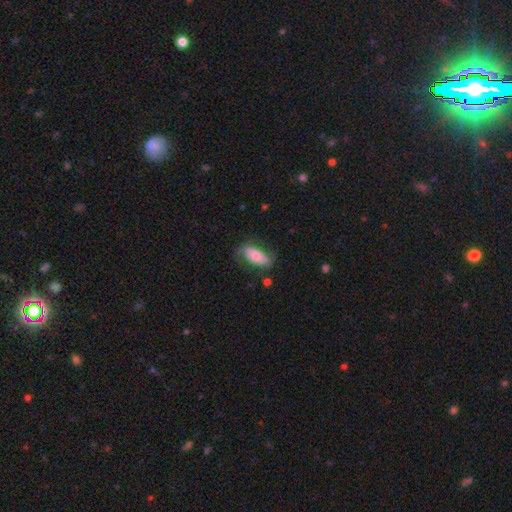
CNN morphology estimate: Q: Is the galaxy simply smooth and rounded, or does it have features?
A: smooth — 53%.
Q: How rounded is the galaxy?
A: in between — 89%.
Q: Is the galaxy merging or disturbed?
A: none — 63%.